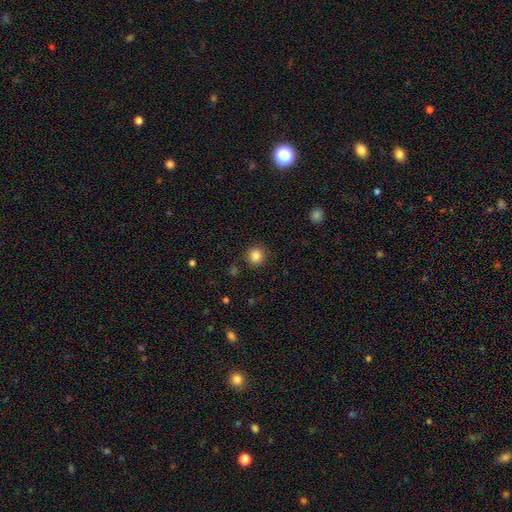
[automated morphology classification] A smooth galaxy with no disk features (85%) that is round (91%).

Vote fractions:
- Smooth or featured? smooth: 85% / star or artifact: 11% / featured or disk: 4%
- How rounded? round: 91% / in between: 8% / cigar-shaped: 1%
- Merging? none: 90% / minor disturbance: 7% / major disturbance: 2% / merger: 1%